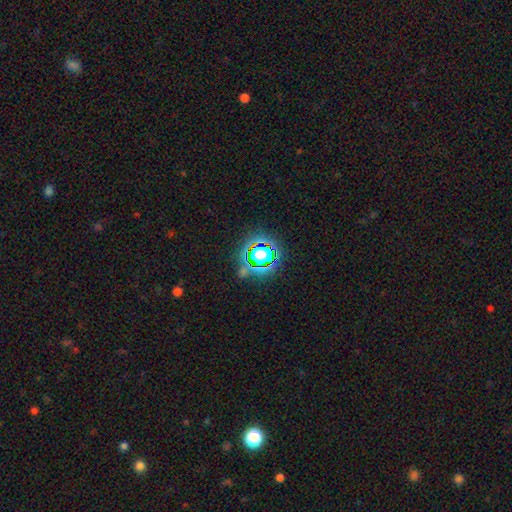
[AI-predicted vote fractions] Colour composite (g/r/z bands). It shows a star or artifact, not a galaxy (77%).